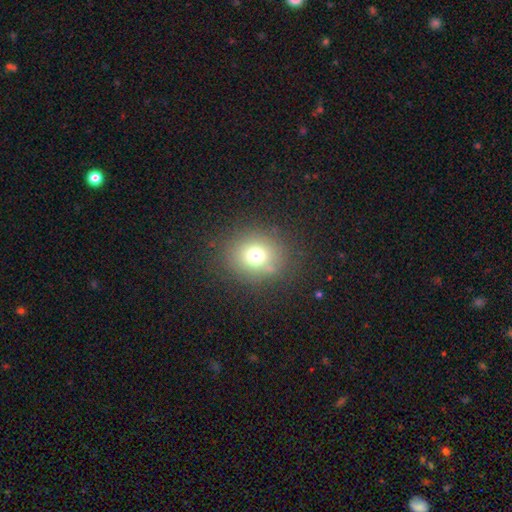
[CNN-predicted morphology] Overall: smooth (70%). How rounded: round (81%). Merging: none (82%).